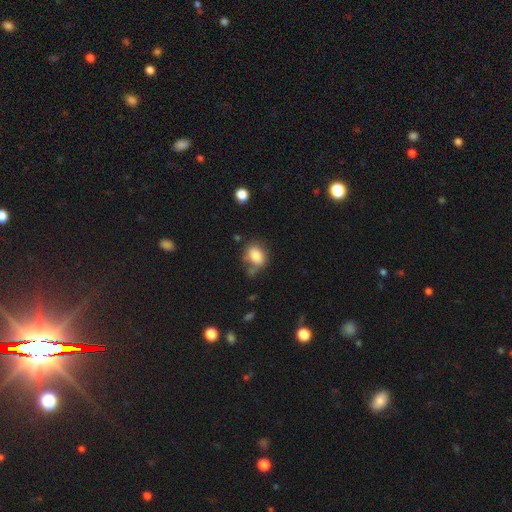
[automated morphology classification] This is clearly a smooth galaxy (81%). How rounded: likely in between (64%). Merging: possibly none (51%).